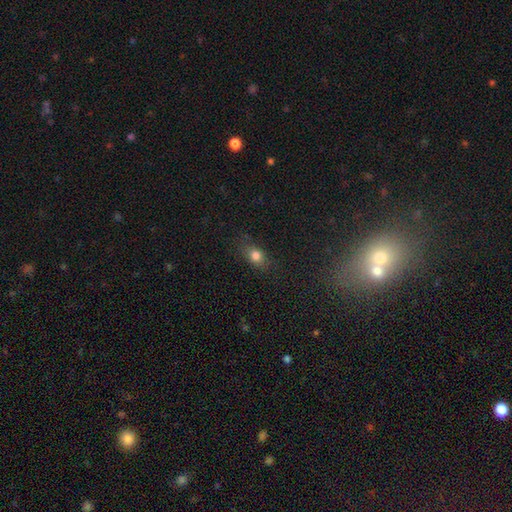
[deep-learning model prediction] smooth_or_featured: smooth (p=0.78) [alt: star or artifact p=0.13]
how_rounded: in between (p=0.62) [alt: round p=0.33]
merging: none (p=0.76) [alt: minor disturbance p=0.17]